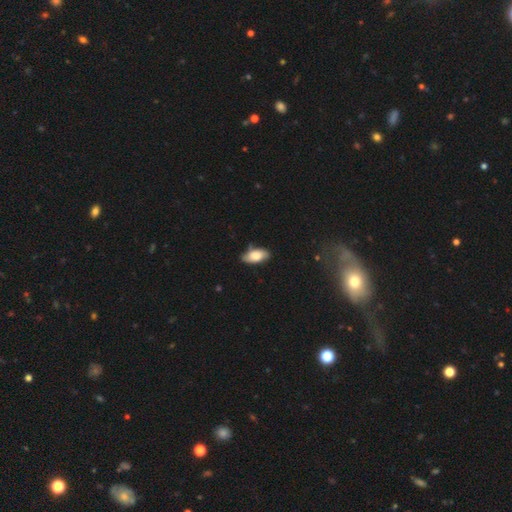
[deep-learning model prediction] Overall: smooth (70%). How rounded: in between (90%). Merging: none (71%).